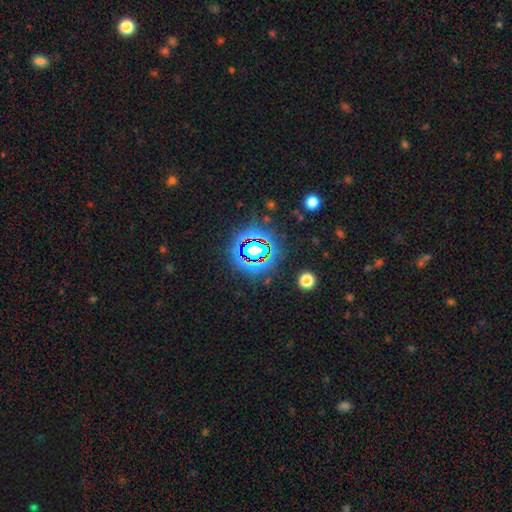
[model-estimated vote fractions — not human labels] The model was most divided on "smooth or featured": star or artifact: 77%, smooth: 14%, featured or disk: 9%.